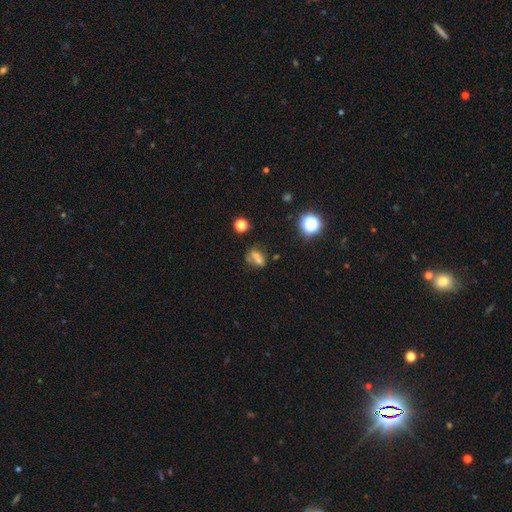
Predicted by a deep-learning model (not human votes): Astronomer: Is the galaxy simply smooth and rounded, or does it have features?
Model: smooth — 52%.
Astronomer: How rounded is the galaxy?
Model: in between — 53% (runner-up: round, 43%).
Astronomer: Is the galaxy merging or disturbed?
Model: none — 43% (runner-up: merger, 30%).